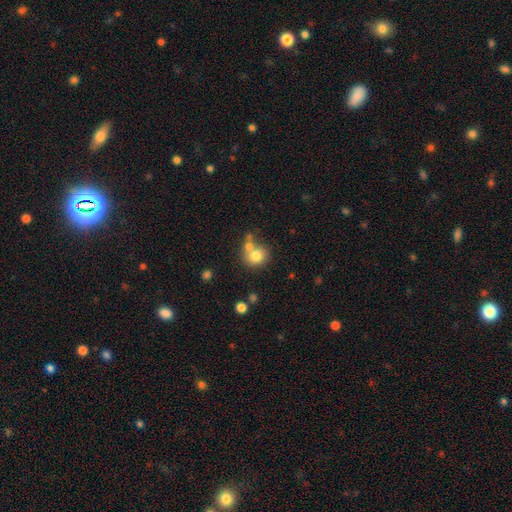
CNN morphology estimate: type=smooth (75%); roundness=round (79%); merging=none (48%).